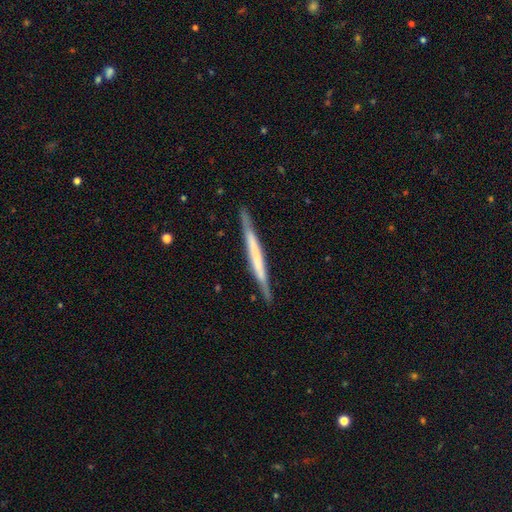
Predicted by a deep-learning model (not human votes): smooth_or_featured: featured or disk (p=0.52) [alt: smooth p=0.41]
disk_edge_on: yes (p=0.96) [alt: no p=0.04]
edge_on_bulge: none (p=0.85) [alt: rounded p=0.09]
merging: none (p=0.89) [alt: minor disturbance p=0.08]